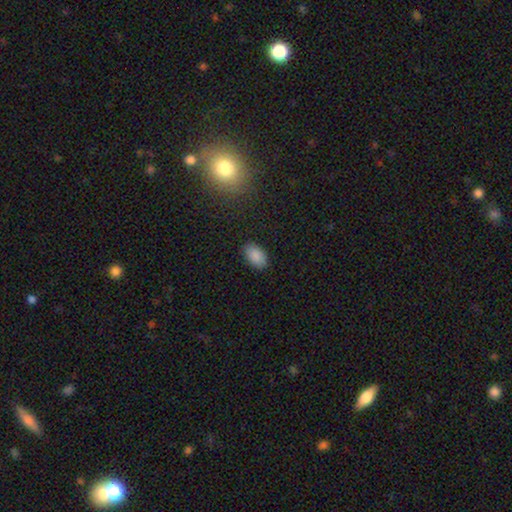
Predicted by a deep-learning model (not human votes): Smooth or featured? smooth (88%)
How rounded? in between (93%)
Merging? none (87%)